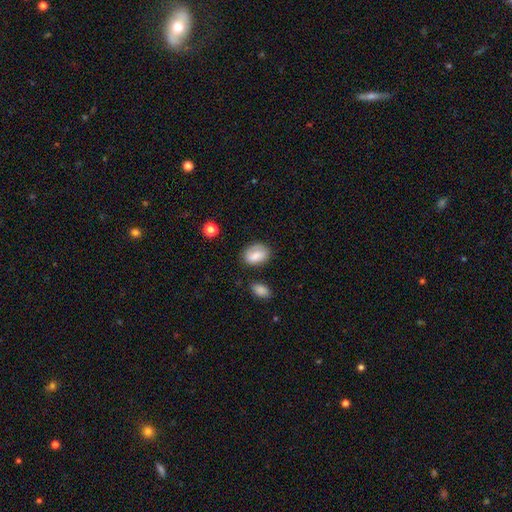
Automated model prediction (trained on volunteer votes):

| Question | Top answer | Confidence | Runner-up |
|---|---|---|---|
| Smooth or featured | smooth | 81% | featured or disk (12%) |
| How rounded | in between | 79% | round (19%) |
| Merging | none | 69% | minor disturbance (21%) |